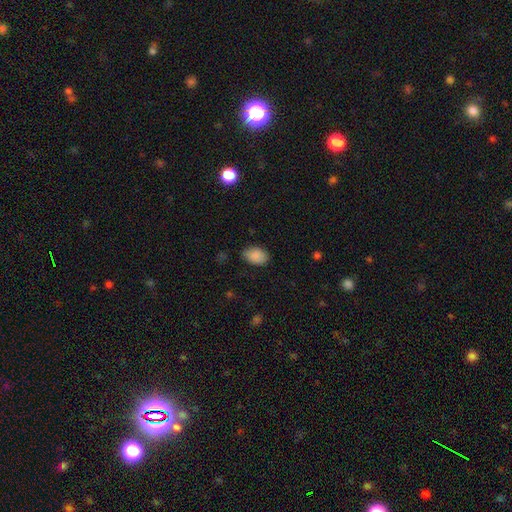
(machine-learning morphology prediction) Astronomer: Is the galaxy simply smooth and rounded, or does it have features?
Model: smooth — 88%.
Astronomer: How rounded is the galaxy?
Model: in between — 87%.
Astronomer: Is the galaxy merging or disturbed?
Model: none — 78%.